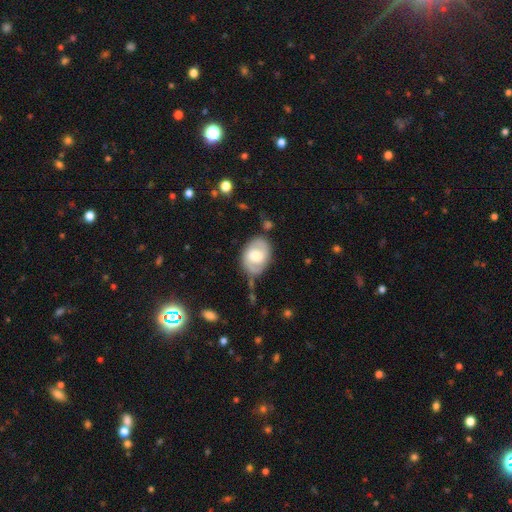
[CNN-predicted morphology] Smooth or featured: featured or disk — 50% (smooth — 44%)
Merging: none — 71% (minor disturbance — 19%)